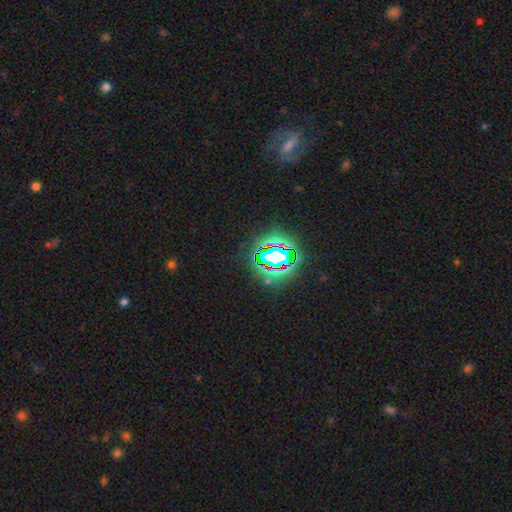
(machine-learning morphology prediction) This appears to be a star or artifact, not a galaxy (75%).